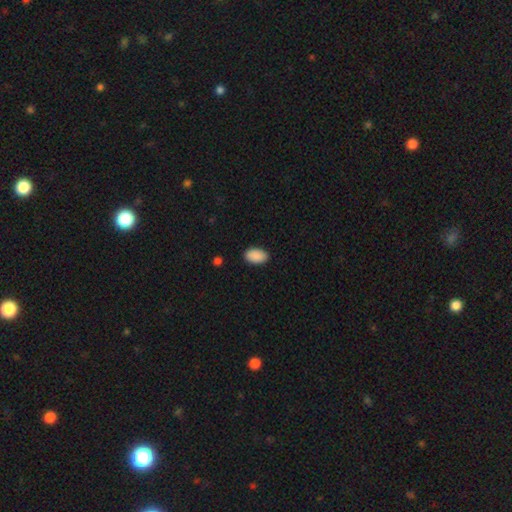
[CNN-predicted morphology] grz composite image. It shows a smooth galaxy with no disk features (91%) that is in between round and cigar-shaped (93%). Merging: none (89%).